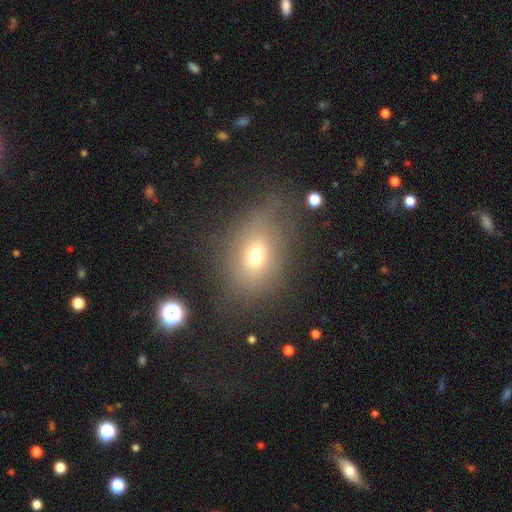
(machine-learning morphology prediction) Q: Smooth or featured?
A: smooth (66%); runner-up: star or artifact (17%)
Q: How rounded?
A: in between (66%); runner-up: round (32%)
Q: Merging?
A: none (67%); runner-up: minor disturbance (19%)